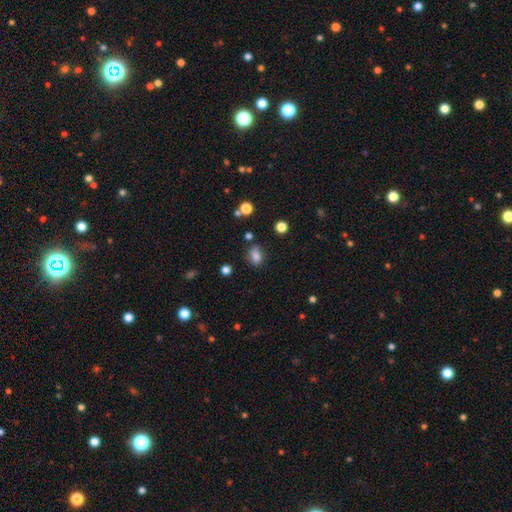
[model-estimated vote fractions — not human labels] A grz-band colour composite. It shows a smooth galaxy with no disk features (81%) that is in between round and cigar-shaped (67%). Merging: none (70%).